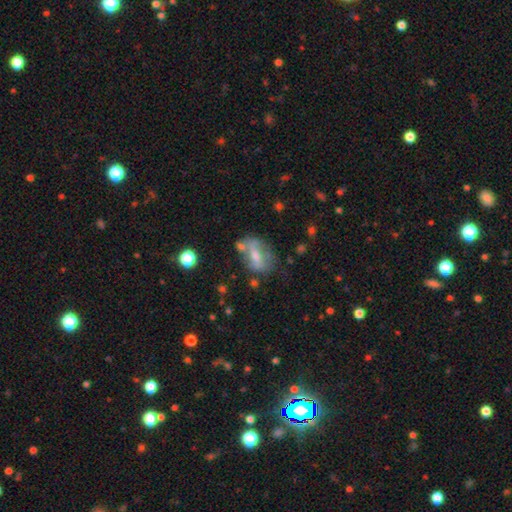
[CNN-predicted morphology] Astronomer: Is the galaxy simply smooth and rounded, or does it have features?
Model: smooth — 46% (runner-up: featured or disk, 44%).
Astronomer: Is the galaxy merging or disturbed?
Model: none — 51%.